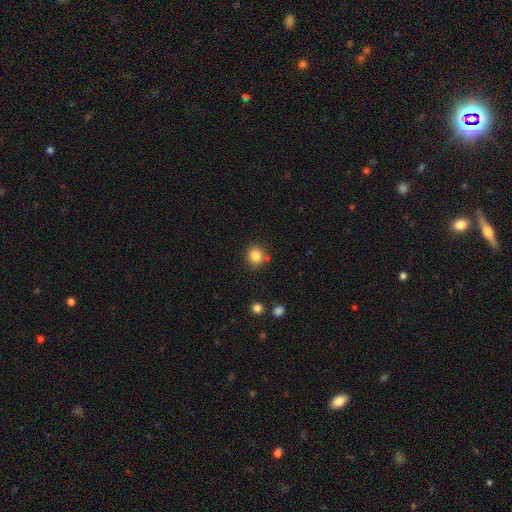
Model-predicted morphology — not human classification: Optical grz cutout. It shows a smooth galaxy with no disk features (84%) that is round (86%). Merging: none (79%).